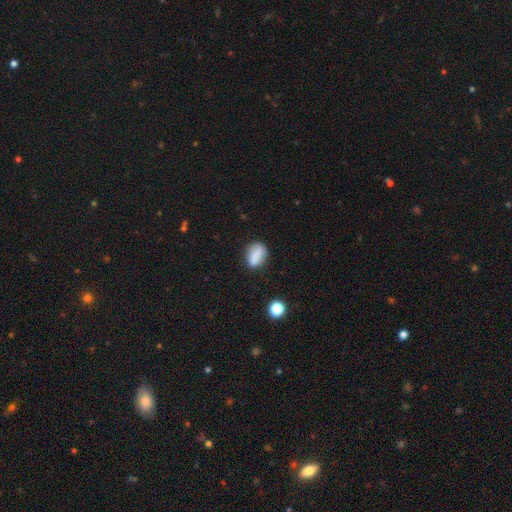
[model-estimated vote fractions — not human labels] A smooth galaxy with no disk features (83%) that is in between round and cigar-shaped (77%).

Vote fractions:
- Smooth or featured? smooth: 83% / star or artifact: 9% / featured or disk: 8%
- How rounded? in between: 77% / round: 20% / cigar-shaped: 3%
- Merging? none: 69% / minor disturbance: 21% / major disturbance: 6% / merger: 4%